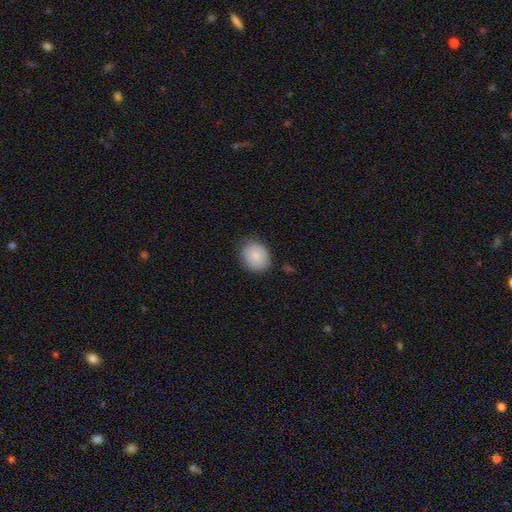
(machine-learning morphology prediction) A smooth galaxy with no disk features (85%) that is round (62%).

Vote fractions:
- Smooth or featured? smooth: 85% / featured or disk: 8% / star or artifact: 8%
- How rounded? round: 62% / in between: 37% / cigar-shaped: 1%
- Merging? none: 81% / minor disturbance: 14% / major disturbance: 3% / merger: 2%